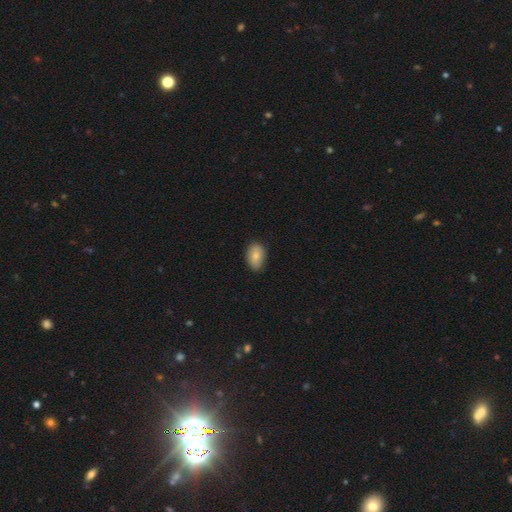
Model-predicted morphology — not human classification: Smooth or featured?
  - smooth: 80% *
  - featured or disk: 12%
  - star or artifact: 8%
How rounded?
  - in between: 86% *
  - round: 13%
  - cigar-shaped: 1%
Merging?
  - none: 83% *
  - minor disturbance: 14%
  - major disturbance: 2%
  - merger: 1%